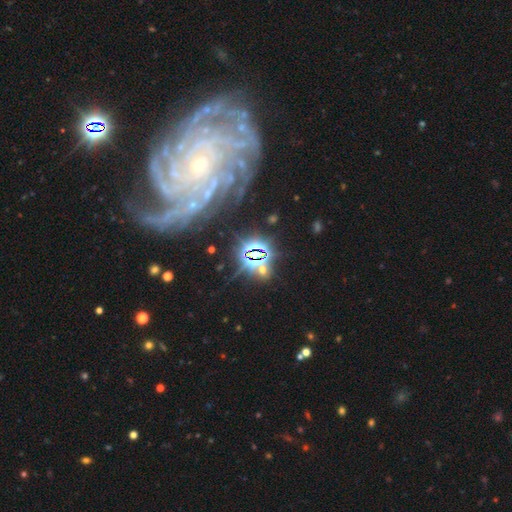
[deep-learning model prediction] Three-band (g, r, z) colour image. It shows a star or artifact, not a galaxy (78%).